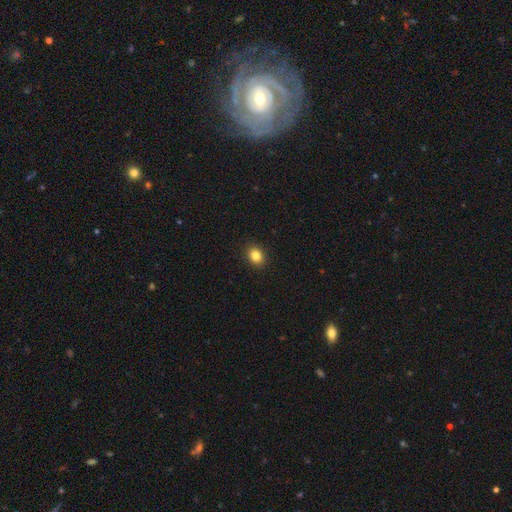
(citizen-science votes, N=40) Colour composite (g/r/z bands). It shows a smooth galaxy with no disk features (88%) that is in between round and cigar-shaped (54%). Merging: none (97%).